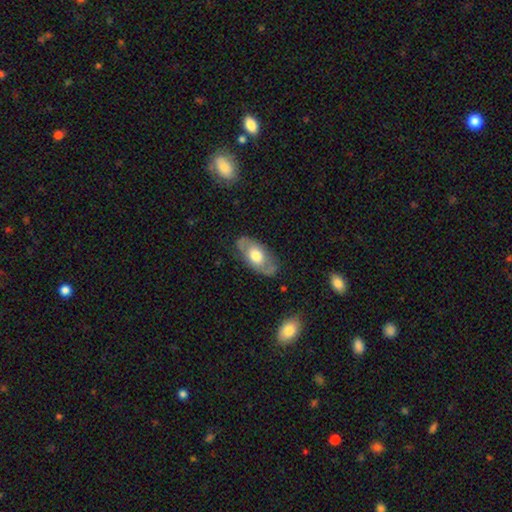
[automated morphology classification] smooth 47% (tied), featured or disk 47% (tied), star or artifact 5%. Down the decision tree: merging — none (76%).